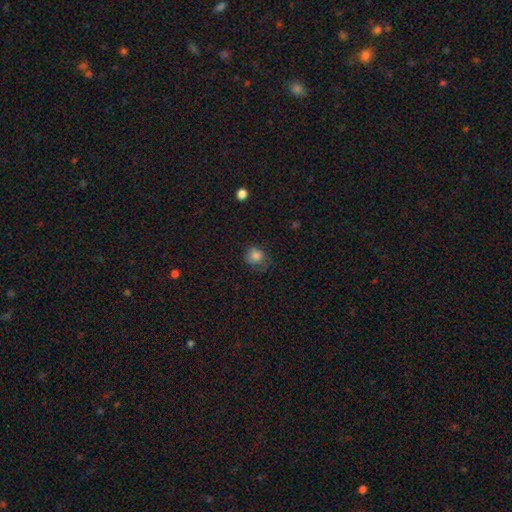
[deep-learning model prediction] smooth 80%, star or artifact 11%, featured or disk 10%. Down the decision tree: how rounded — round (75%); merging — none (55%).